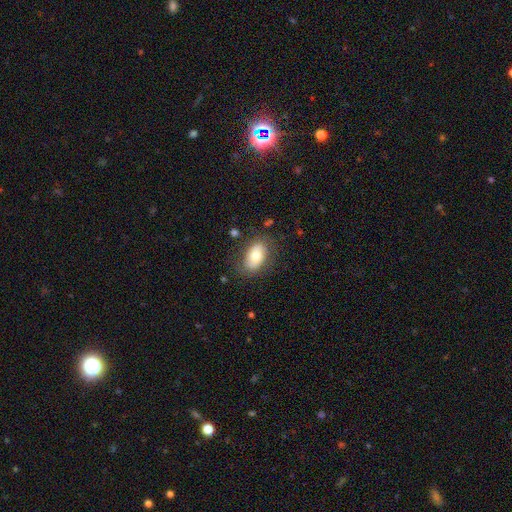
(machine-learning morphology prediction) Smooth or featured? smooth (70%)
How rounded? in between (90%)
Merging? none (76%)